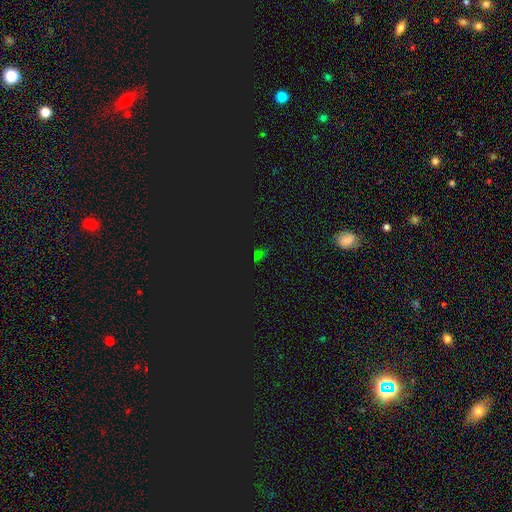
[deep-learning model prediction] A star or artifact, not a galaxy (67%).

Vote fractions:
- Smooth or featured? star or artifact: 67% / smooth: 24% / featured or disk: 9%